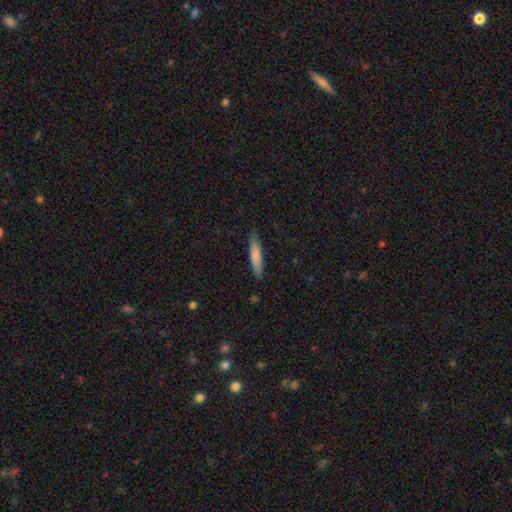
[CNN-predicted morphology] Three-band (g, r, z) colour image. It shows a smooth galaxy with no disk features (79%) that is cigar-shaped (82%). Merging: none (82%).